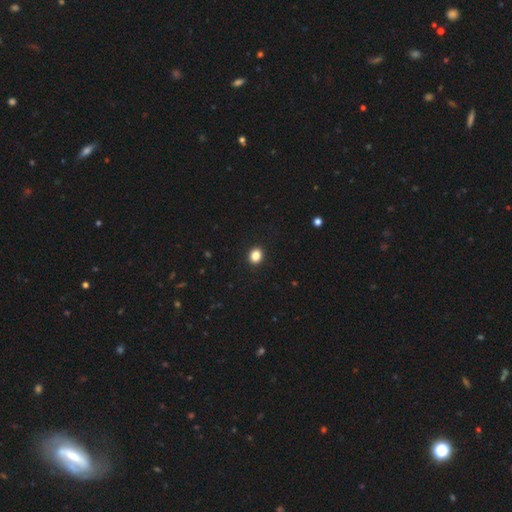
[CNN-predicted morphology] Smooth or featured? smooth (86%)
How rounded? round (60%)
Merging? none (92%)